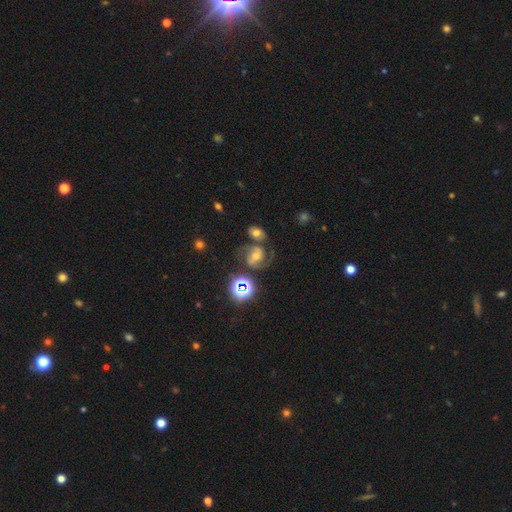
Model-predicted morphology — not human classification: This appears to be a featured or disk galaxy (69%) with a weak bar (40%), 2 (85%) medium (56%) spiral arms (94%) and a moderate central bulge (58%). Merging: none (50%).